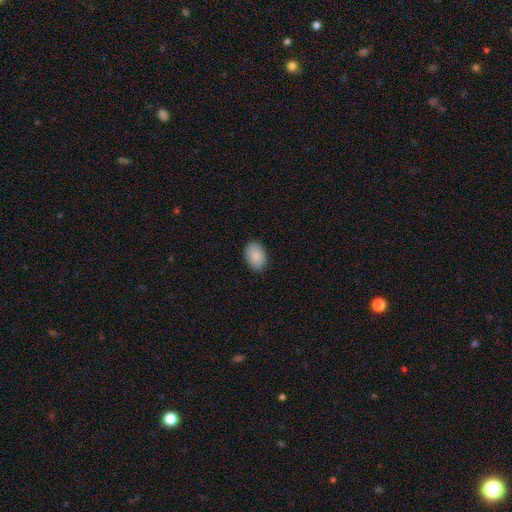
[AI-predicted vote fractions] A smooth galaxy with no disk features (90%) that is in between round and cigar-shaped (87%). Merging: none (89%).